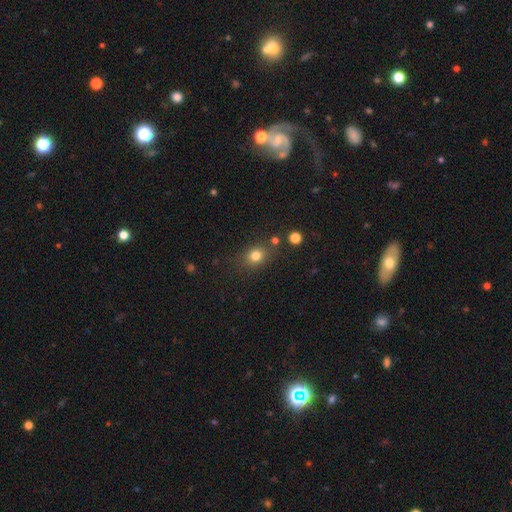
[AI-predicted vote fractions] Q: Smooth or featured?
A: smooth (79%); runner-up: star or artifact (13%)
Q: How rounded?
A: round (58%); runner-up: in between (41%)
Q: Merging?
A: none (77%); runner-up: minor disturbance (12%)